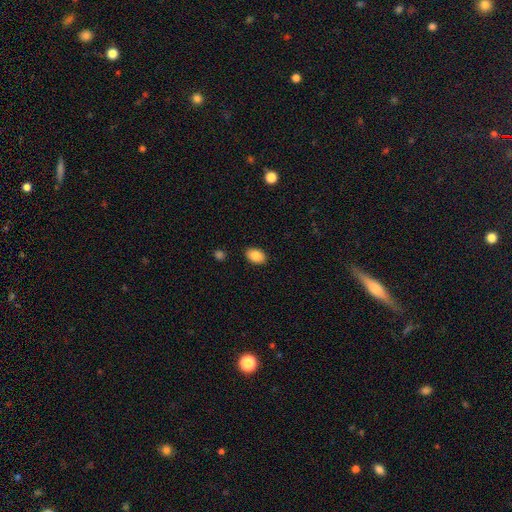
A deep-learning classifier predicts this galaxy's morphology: This is clearly a smooth galaxy (89%). How rounded: clearly in between (89%). Merging: clearly none (88%).